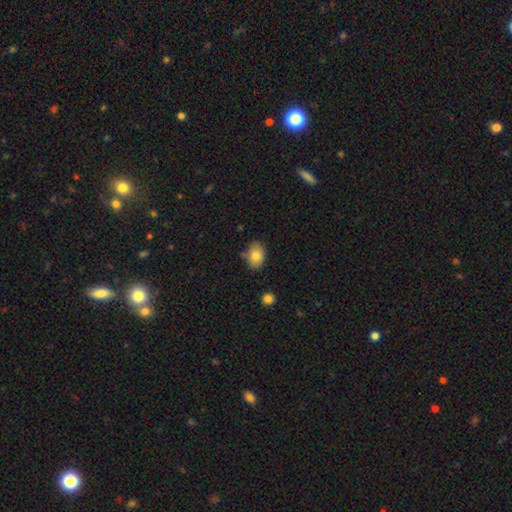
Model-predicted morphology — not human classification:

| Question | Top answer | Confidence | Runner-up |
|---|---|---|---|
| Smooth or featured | smooth | 82% | featured or disk (10%) |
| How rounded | in between | 78% | round (21%) |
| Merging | none | 78% | minor disturbance (16%) |